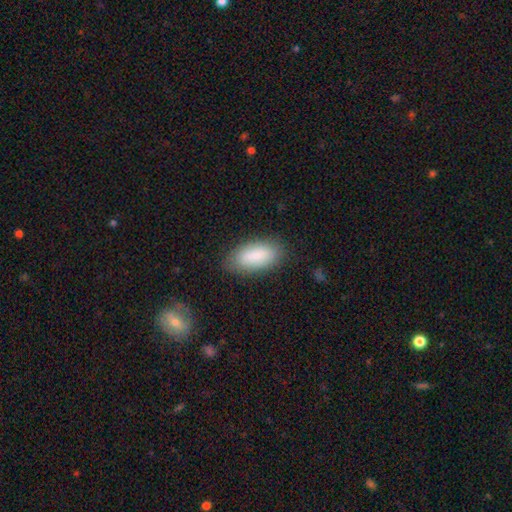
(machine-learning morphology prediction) Q: Smooth or featured?
A: smooth (86%); runner-up: featured or disk (8%)
Q: How rounded?
A: in between (87%); runner-up: cigar-shaped (10%)
Q: Merging?
A: none (82%); runner-up: minor disturbance (13%)